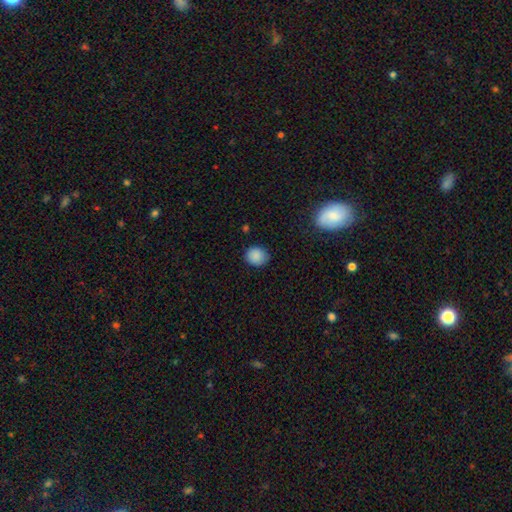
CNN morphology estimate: This appears to be a smooth galaxy with no disk features (88%) that is round (77%). Merging: none (83%).